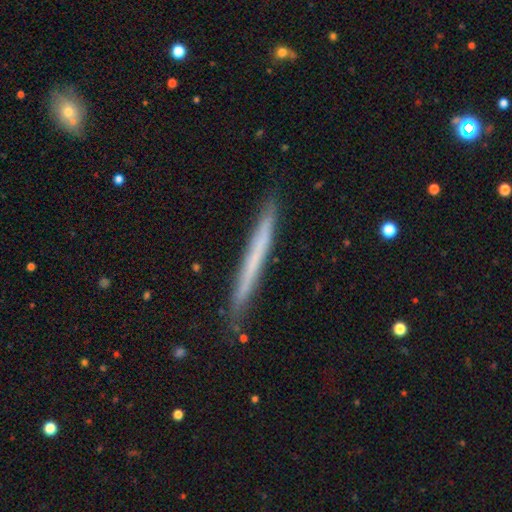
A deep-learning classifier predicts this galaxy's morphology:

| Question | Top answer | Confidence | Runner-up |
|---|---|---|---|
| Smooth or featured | featured or disk | 47% | smooth (46%) |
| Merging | none | 87% | minor disturbance (10%) |